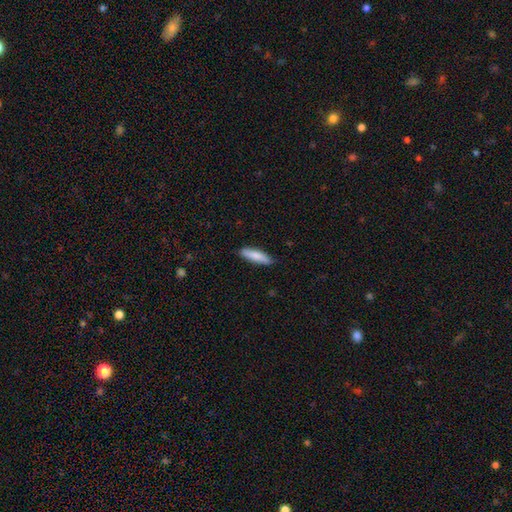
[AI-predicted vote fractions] Smooth or featured?
  - smooth: 82% *
  - featured or disk: 13%
  - star or artifact: 5%
How rounded?
  - cigar-shaped: 67% *
  - in between: 31%
  - round: 2%
Merging?
  - none: 85% *
  - minor disturbance: 12%
  - major disturbance: 2%
  - merger: 1%